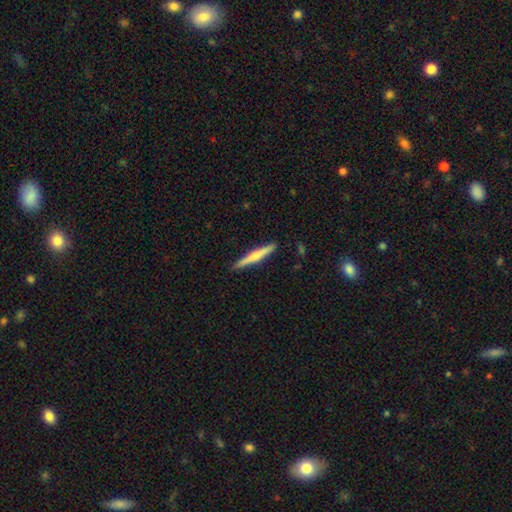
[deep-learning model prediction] This is possibly a featured or disk galaxy (51%). It is clearly viewed edge-on (98%). Edge-on bulge: likely rounded (65%). Merging: clearly none (90%).